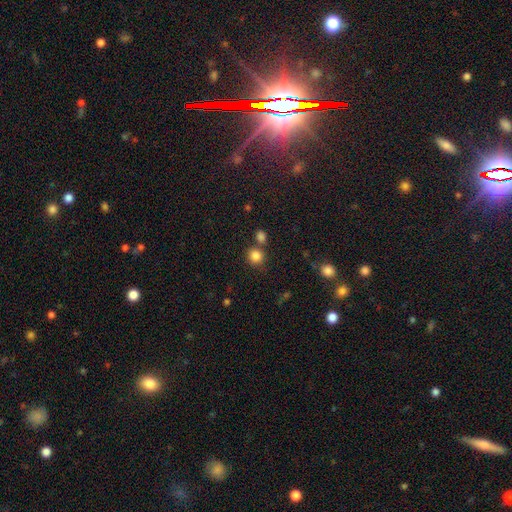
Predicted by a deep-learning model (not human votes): This appears to be a smooth galaxy with no disk features (84%) that is round (88%). Merging: none (69%).